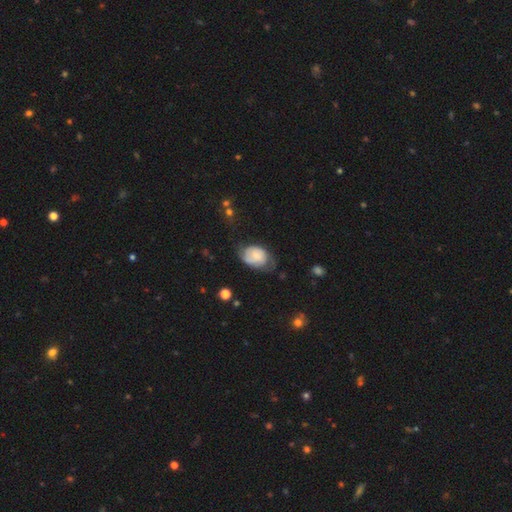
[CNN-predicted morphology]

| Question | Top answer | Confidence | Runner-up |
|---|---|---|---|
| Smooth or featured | smooth | 52% | featured or disk (41%) |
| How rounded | in between | 75% | round (24%) |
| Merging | none | 40% | minor disturbance (36%) |